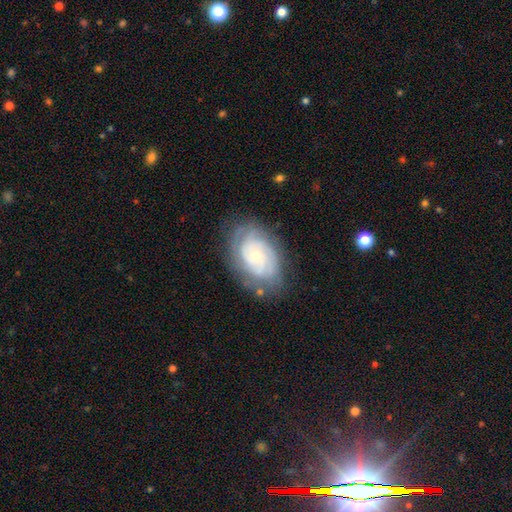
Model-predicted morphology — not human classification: Q: Smooth or featured?
A: featured or disk (78%); runner-up: smooth (15%)
Q: Edge-on disk?
A: no (97%); runner-up: yes (3%)
Q: Bar?
A: no (74%); runner-up: weak (21%)
Q: Spiral arms?
A: yes (93%); runner-up: no (7%)
Q: Spiral winding?
A: tight (72%); runner-up: medium (23%)
Q: Spiral arm count?
A: can't tell (38%); runner-up: 2 (27%)
Q: Bulge size?
A: small (72%); runner-up: moderate (23%)
Q: Merging?
A: none (74%); runner-up: minor disturbance (18%)